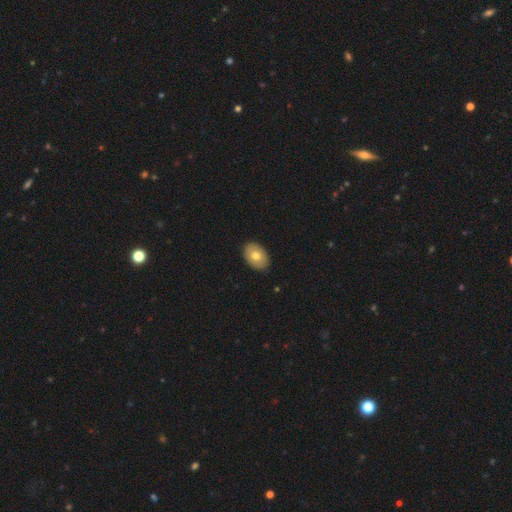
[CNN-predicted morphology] Overall: smooth (73%). How rounded: in between (81%). Merging: none (89%).